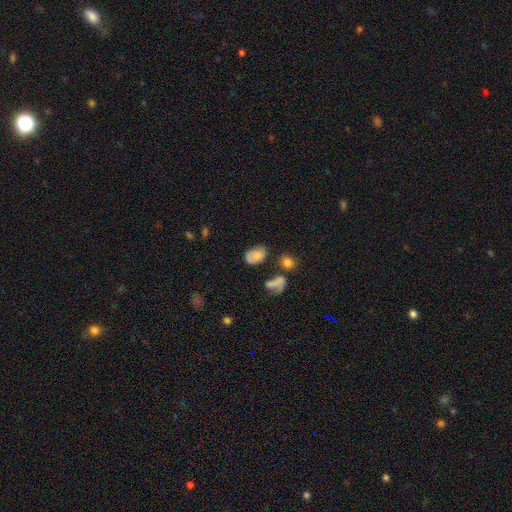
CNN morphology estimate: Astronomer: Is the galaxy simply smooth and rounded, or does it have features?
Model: smooth — 74%.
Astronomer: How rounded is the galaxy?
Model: in between — 84%.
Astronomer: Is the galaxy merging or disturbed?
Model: none — 51%.